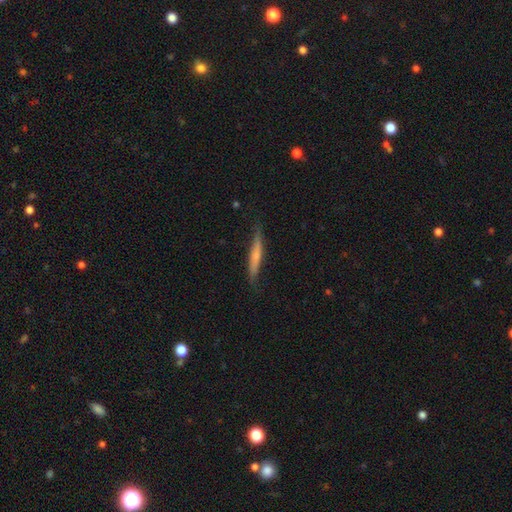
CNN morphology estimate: Overall: smooth (54%; featured or disk 40%). How rounded: cigar-shaped (94%). Merging: none (80%).